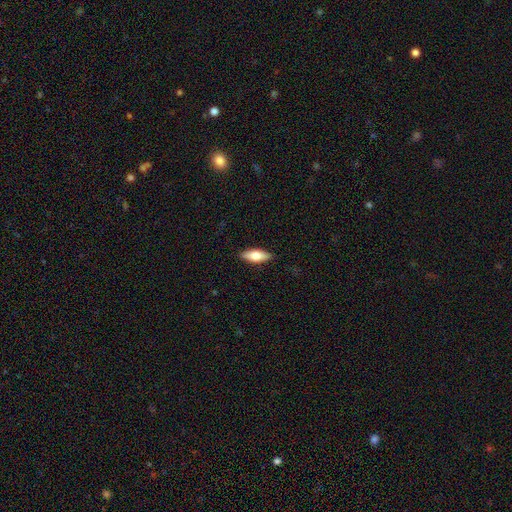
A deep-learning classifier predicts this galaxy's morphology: Q: Smooth or featured?
A: smooth (70%); runner-up: featured or disk (24%)
Q: How rounded?
A: in between (72%); runner-up: cigar-shaped (25%)
Q: Merging?
A: none (89%); runner-up: minor disturbance (9%)